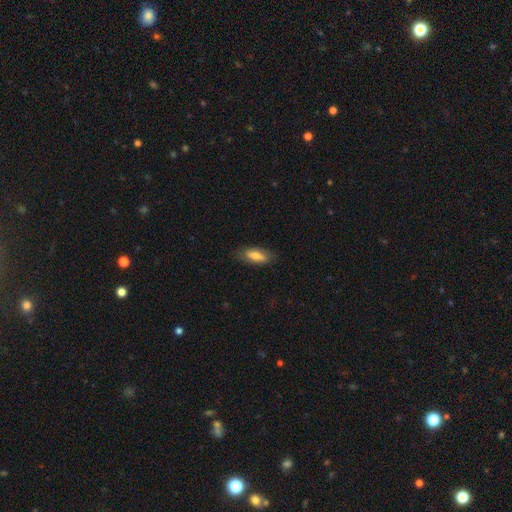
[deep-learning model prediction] smooth_or_featured: smooth (p=0.68) [alt: featured or disk p=0.26]
how_rounded: in between (p=0.77) [alt: cigar-shaped p=0.21]
merging: none (p=0.80) [alt: minor disturbance p=0.16]